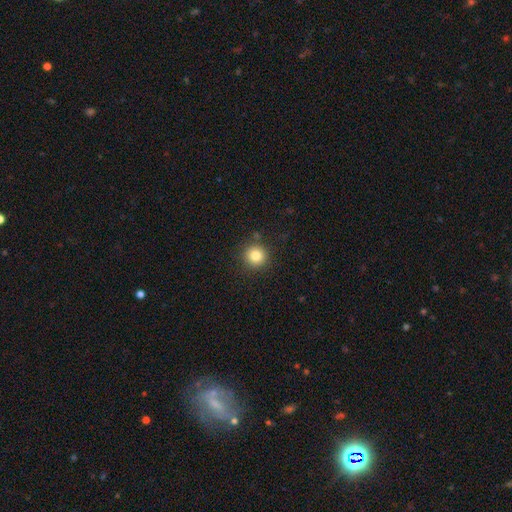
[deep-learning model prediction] A smooth galaxy with no disk features (82%) that is round (94%). Merging: none (88%).